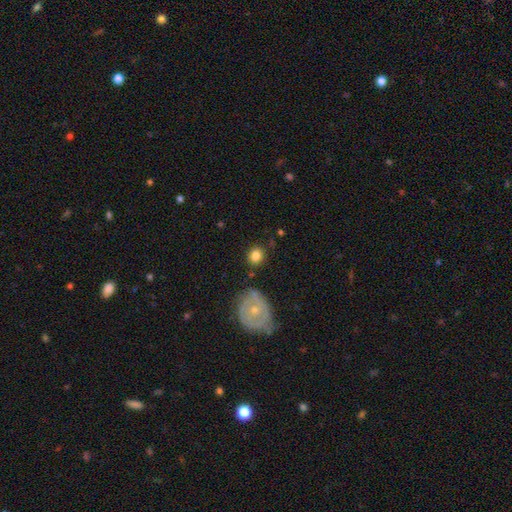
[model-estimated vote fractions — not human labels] The model was most divided on "how rounded": round: 80%, in between: 19%, cigar-shaped: 1%. More confident: merging — none (81%); smooth or featured — smooth (79%).